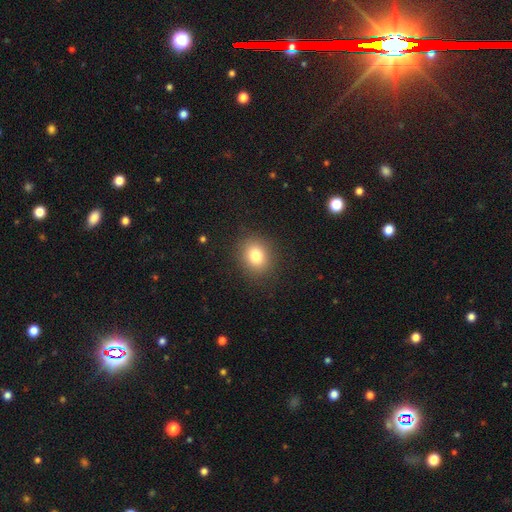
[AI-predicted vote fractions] smooth-or-featured: smooth: 80% | star or artifact: 12% | featured or disk: 8%
  how-rounded: round: 65% | in between: 34% | cigar-shaped: 1%
  merging: none: 88% | minor disturbance: 8% | major disturbance: 3% | merger: 1%